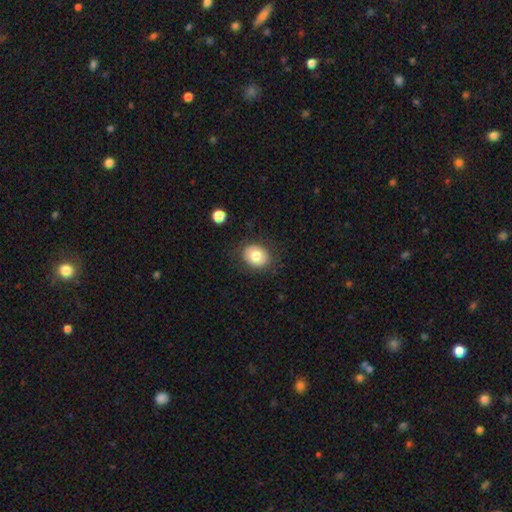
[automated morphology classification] Smooth or featured? Predicted: smooth (p=0.77). How rounded? Predicted: round (p=0.61). Merging? Predicted: none (p=0.84).